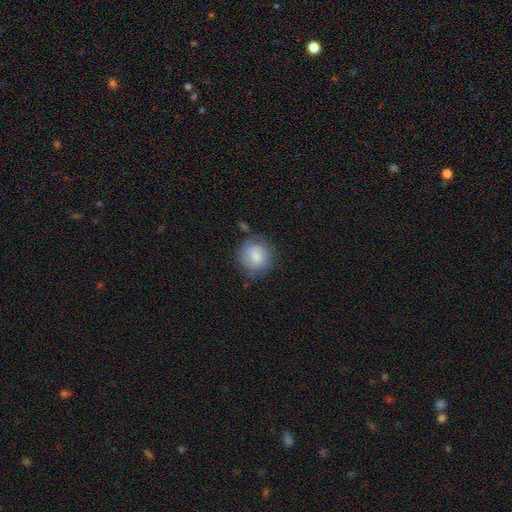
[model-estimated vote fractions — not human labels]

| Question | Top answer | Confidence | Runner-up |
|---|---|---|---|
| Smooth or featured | smooth | 82% | featured or disk (11%) |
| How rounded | round | 89% | in between (10%) |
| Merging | none | 69% | minor disturbance (21%) |